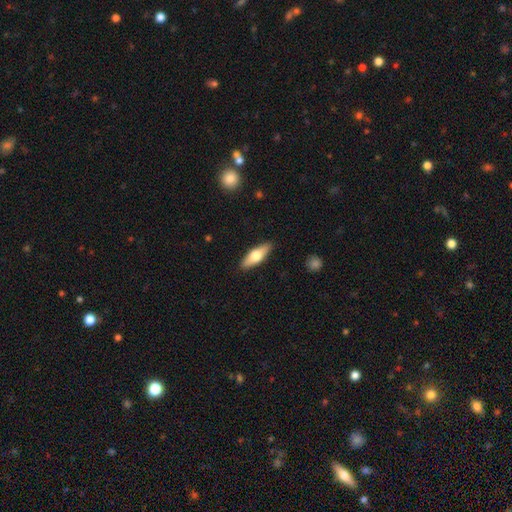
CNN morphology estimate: smooth 59%, featured or disk 36%, star or artifact 6%. Down the decision tree: how rounded — in between (56%); merging — none (89%).